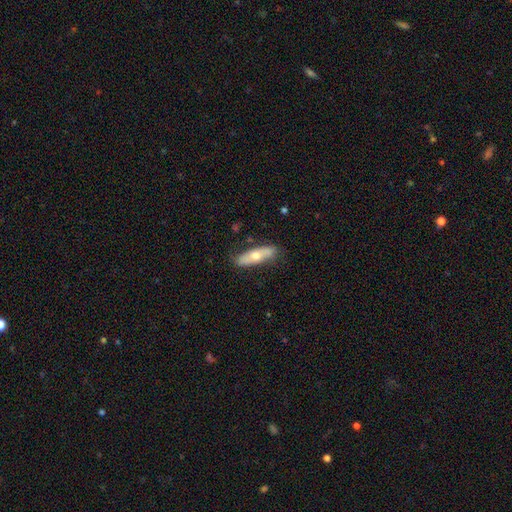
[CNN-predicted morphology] Smooth or featured? smooth (54%)
How rounded? cigar-shaped (56%)
Merging? none (80%)